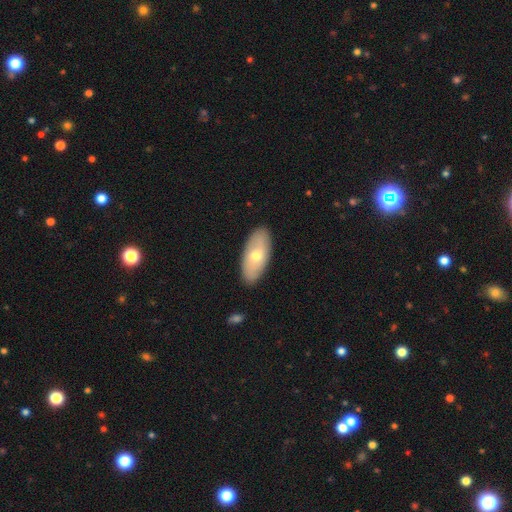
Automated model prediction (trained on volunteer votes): The model was most divided on "smooth or featured": smooth: 58%, featured or disk: 37%, star or artifact: 5%. More confident: how rounded — in between (90%); merging — none (88%).